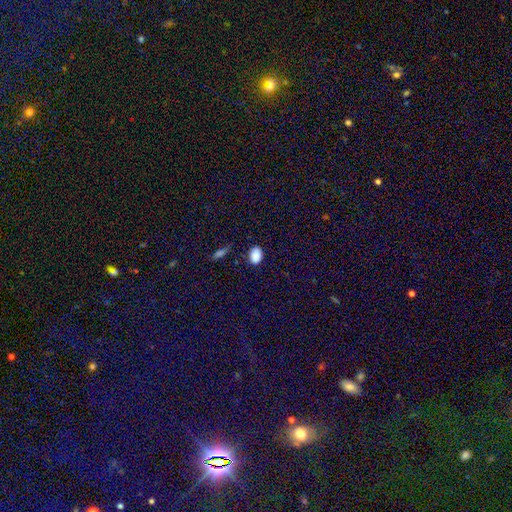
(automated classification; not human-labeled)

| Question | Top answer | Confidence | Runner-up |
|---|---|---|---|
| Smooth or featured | smooth | 87% | star or artifact (9%) |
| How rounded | in between | 78% | round (21%) |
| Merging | none | 84% | minor disturbance (12%) |